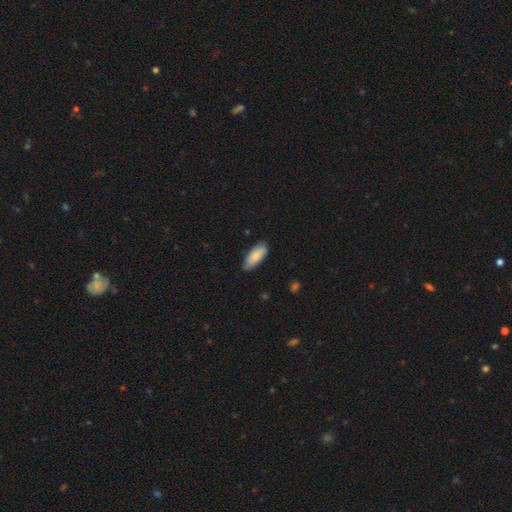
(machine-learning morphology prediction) A smooth galaxy with no disk features (81%) that is in between round and cigar-shaped (80%).

Vote fractions:
- Smooth or featured? smooth: 81% / featured or disk: 14% / star or artifact: 6%
- How rounded? in between: 80% / cigar-shaped: 18% / round: 2%
- Merging? none: 77% / minor disturbance: 19% / major disturbance: 3% / merger: 1%